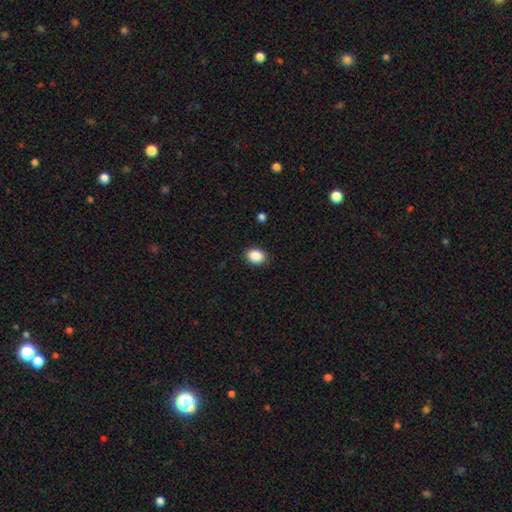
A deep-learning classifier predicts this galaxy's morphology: smooth 88%, star or artifact 9%, featured or disk 3%. Down the decision tree: how rounded — in between (57%); merging — none (89%).